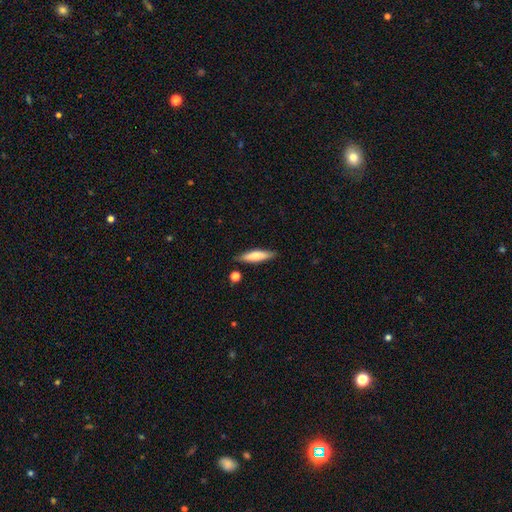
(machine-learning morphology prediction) A smooth galaxy with no disk features (70%) that is cigar-shaped (74%).

Vote fractions:
- Smooth or featured? smooth: 70% / featured or disk: 24% / star or artifact: 6%
- How rounded? cigar-shaped: 74% / in between: 24% / round: 2%
- Merging? none: 84% / minor disturbance: 11% / merger: 3% / major disturbance: 2%